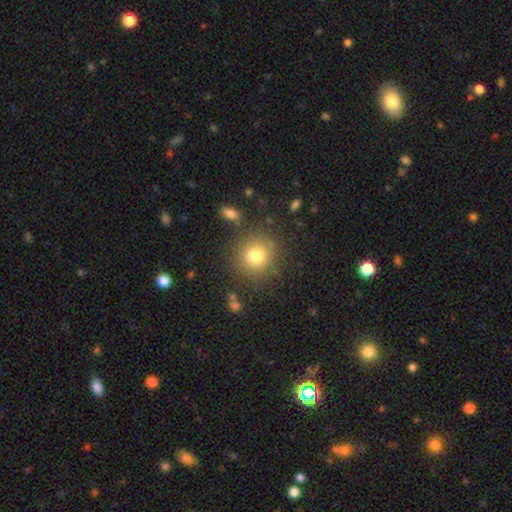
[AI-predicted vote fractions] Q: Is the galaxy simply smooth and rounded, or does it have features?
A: smooth — 77%.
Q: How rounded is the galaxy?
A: round — 92%.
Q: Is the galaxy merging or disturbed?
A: none — 84%.